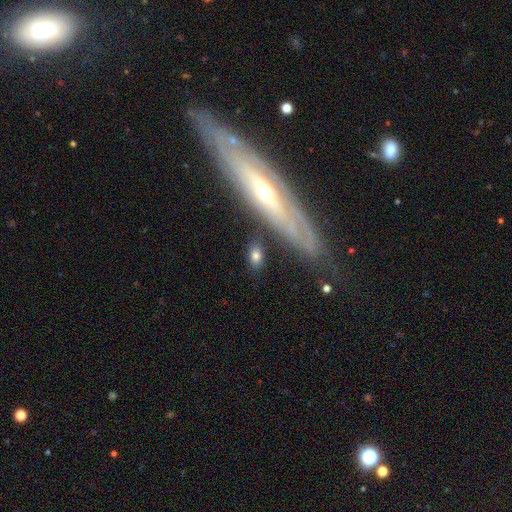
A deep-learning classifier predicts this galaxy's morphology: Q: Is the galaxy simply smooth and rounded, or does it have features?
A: smooth — 75%.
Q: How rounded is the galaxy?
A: in between — 82%.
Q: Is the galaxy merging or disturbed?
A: none — 79%.